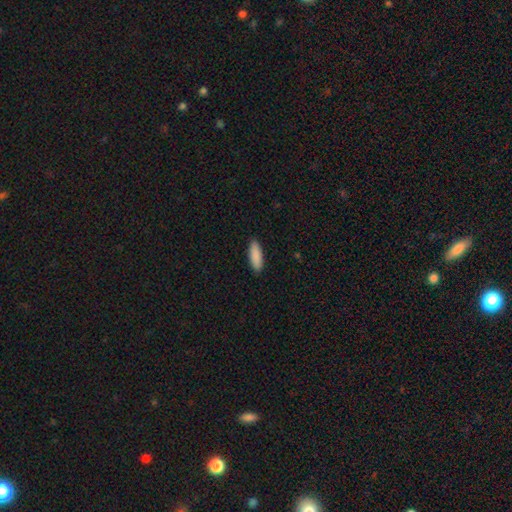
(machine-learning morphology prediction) Smooth or featured? Predicted: smooth (p=0.90). How rounded? Predicted: in between (p=0.63). Merging? Predicted: none (p=0.90).